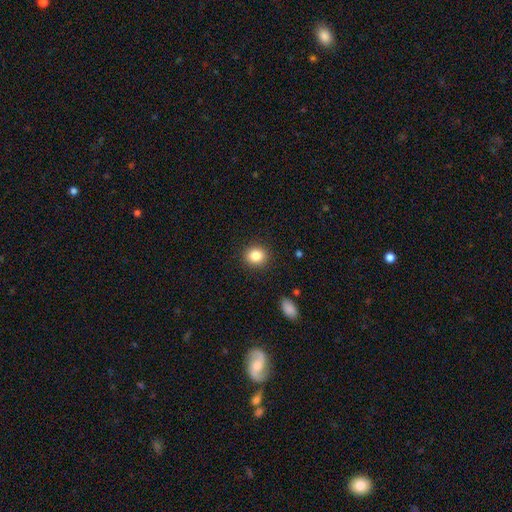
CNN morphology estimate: smooth-or-featured: smooth: 85% | star or artifact: 10% | featured or disk: 5%
  how-rounded: round: 76% | in between: 23% | cigar-shaped: 1%
  merging: none: 89% | minor disturbance: 7% | major disturbance: 2% | merger: 1%